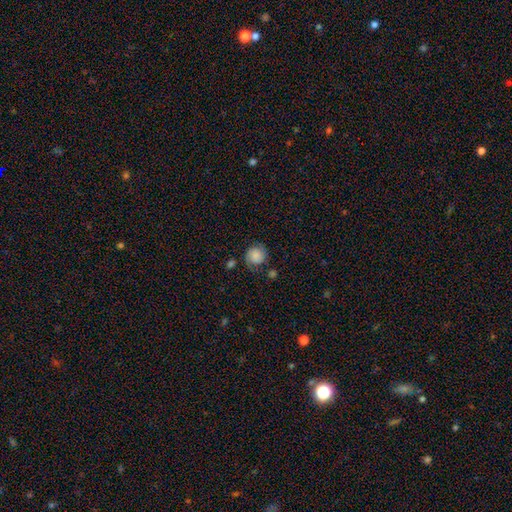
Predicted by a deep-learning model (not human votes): A smooth galaxy with no disk features (59%) that is round (85%).

Vote fractions:
- Smooth or featured? smooth: 59% / featured or disk: 31% / star or artifact: 10%
- How rounded? round: 85% / in between: 14% / cigar-shaped: 1%
- Merging? none: 68% / minor disturbance: 20% / major disturbance: 8% / merger: 4%